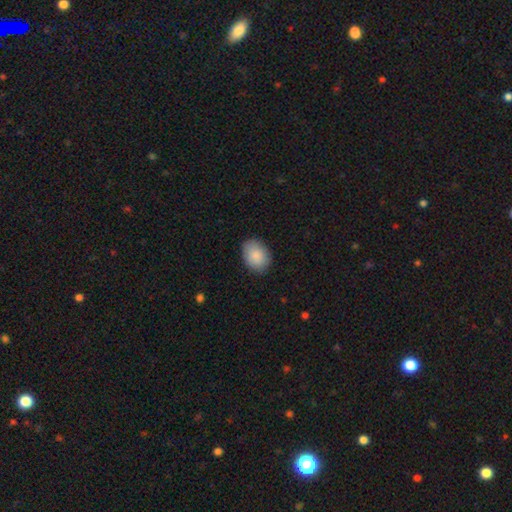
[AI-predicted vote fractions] This is clearly a smooth galaxy (88%). How rounded: likely in between (69%). Merging: clearly none (85%).